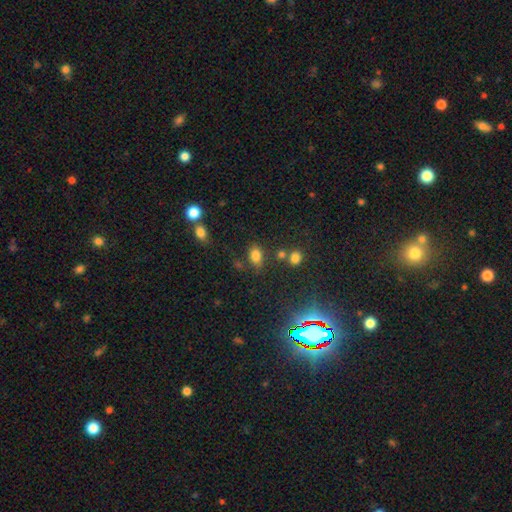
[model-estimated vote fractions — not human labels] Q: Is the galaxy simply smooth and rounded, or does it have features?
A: smooth — 79%.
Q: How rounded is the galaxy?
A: in between — 81%.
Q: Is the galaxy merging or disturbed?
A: none — 71%.